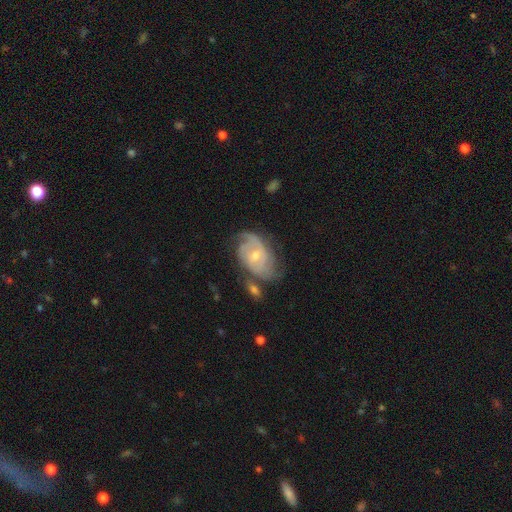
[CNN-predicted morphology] Smooth or featured? Predicted: featured or disk (p=0.81). Edge-on disk? Predicted: no (p=0.96). Bar? Predicted: no (p=0.61). Spiral arms? Predicted: yes (p=0.92). Spiral winding? Predicted: tight (p=0.53). Spiral arm count? Predicted: 2 (p=0.36). Bulge size? Predicted: small (p=0.55). Merging? Predicted: none (p=0.55).